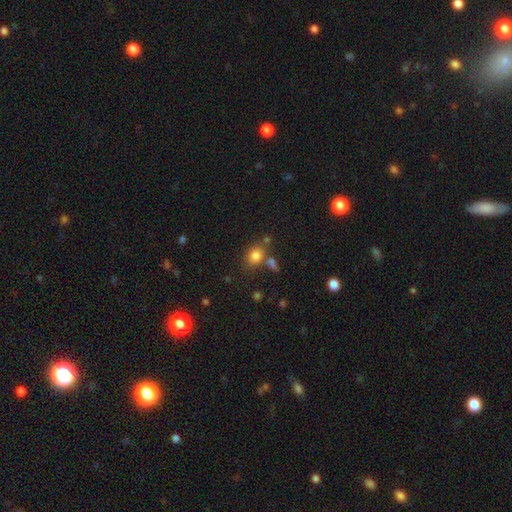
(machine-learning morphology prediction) Smooth or featured?
  - smooth: 80% *
  - star or artifact: 12%
  - featured or disk: 8%
How rounded?
  - in between: 55% *
  - round: 44%
  - cigar-shaped: 2%
Merging?
  - none: 63% *
  - merger: 17%
  - minor disturbance: 14%
  - major disturbance: 6%